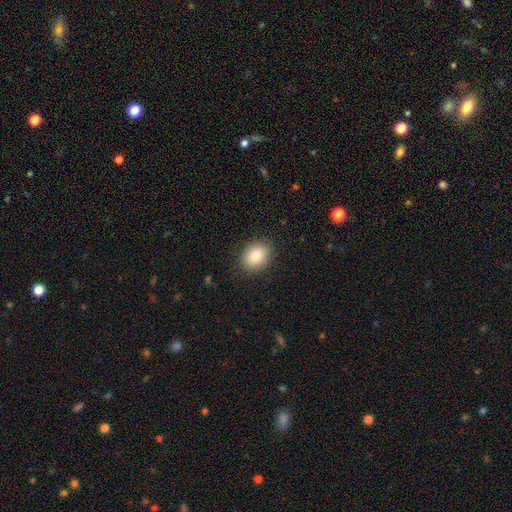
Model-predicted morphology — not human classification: A smooth galaxy with no disk features (83%) that is in between round and cigar-shaped (52%). Merging: none (87%).